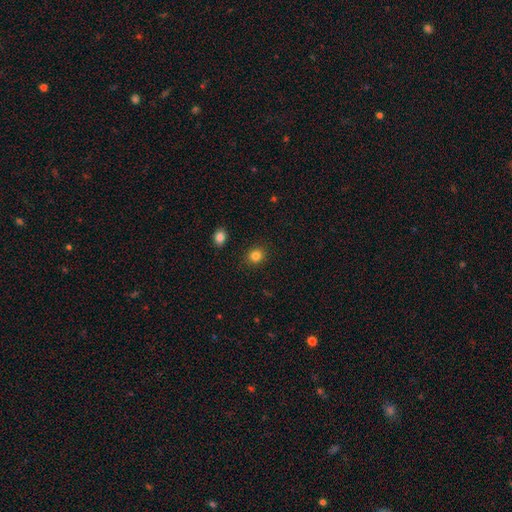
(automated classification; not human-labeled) A smooth galaxy with no disk features (83%) that is round (75%). Merging: none (90%).